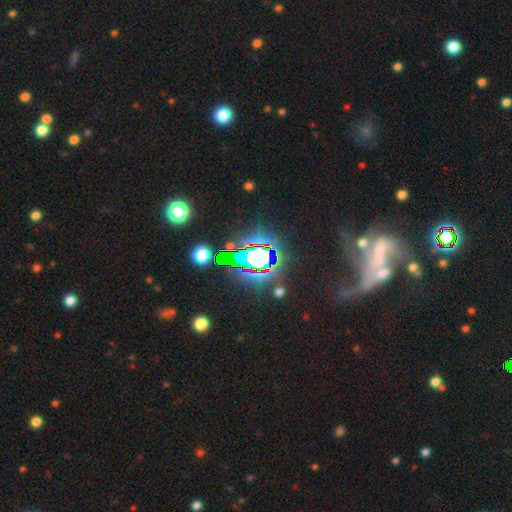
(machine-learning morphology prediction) star or artifact 70%, featured or disk 16%, smooth 15%.